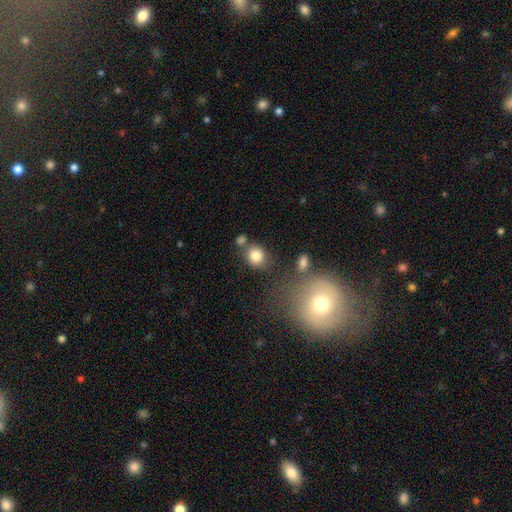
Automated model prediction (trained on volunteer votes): Morphology: type=smooth (82%); roundness=round (77%); merging=none (70%).